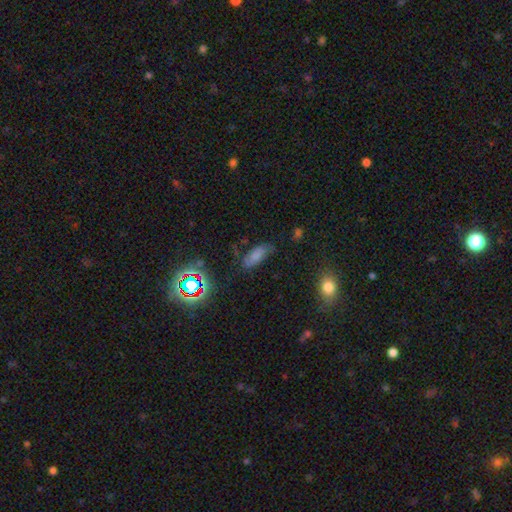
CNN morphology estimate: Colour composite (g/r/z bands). It shows a smooth galaxy with no disk features (63%) that is in between round and cigar-shaped (82%). Merging: none (66%).